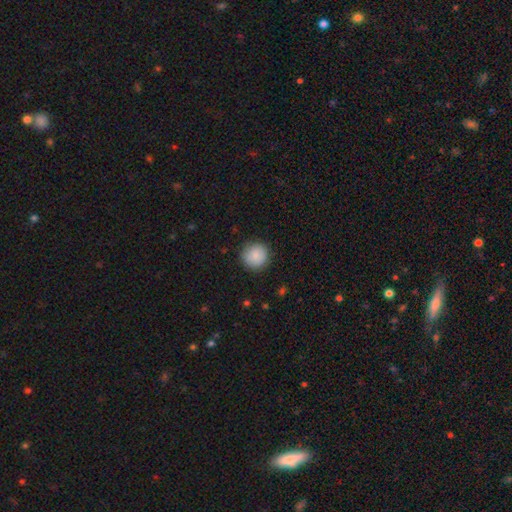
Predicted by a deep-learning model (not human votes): Smooth or featured: smooth — 87% (star or artifact — 8%)
How rounded: round — 94% (in between — 5%)
Merging: none — 87% (minor disturbance — 9%)